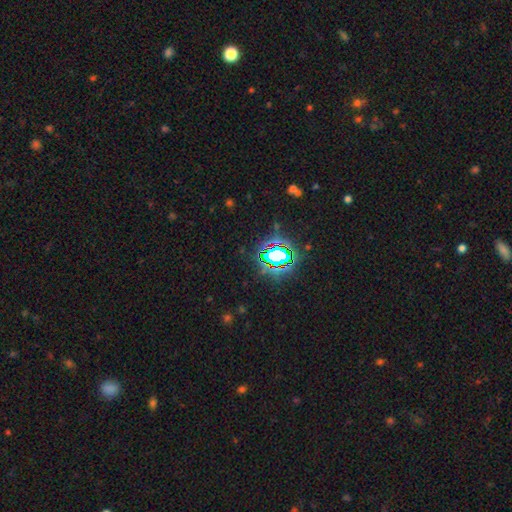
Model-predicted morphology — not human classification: Smooth or featured?
  - star or artifact: 79% *
  - smooth: 14%
  - featured or disk: 8%